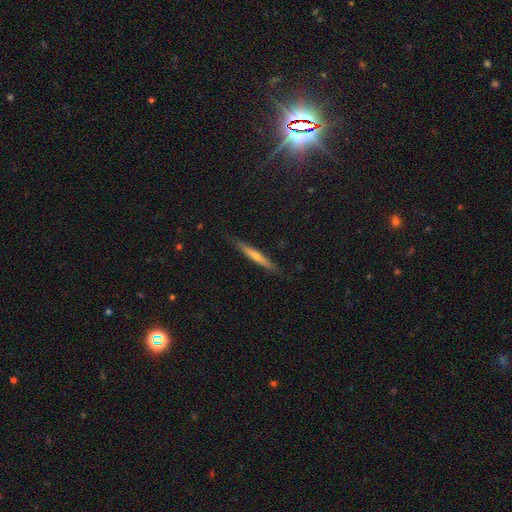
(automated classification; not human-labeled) A featured or disk galaxy (54%) viewed edge-on (95%) with a rounded central bulge (56%).

Vote fractions:
- Smooth or featured? featured or disk: 54% / smooth: 39% / star or artifact: 8%
- Edge-on disk? yes: 95% / no: 5%
- Edge-on bulge? rounded: 56% / none: 39% / boxy: 5%
- Merging? none: 86% / minor disturbance: 11% / major disturbance: 2% / merger: 1%